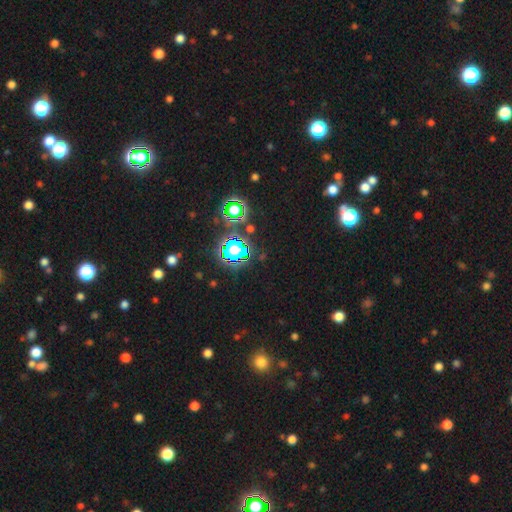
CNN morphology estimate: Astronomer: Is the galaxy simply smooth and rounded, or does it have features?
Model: star or artifact — 79%.